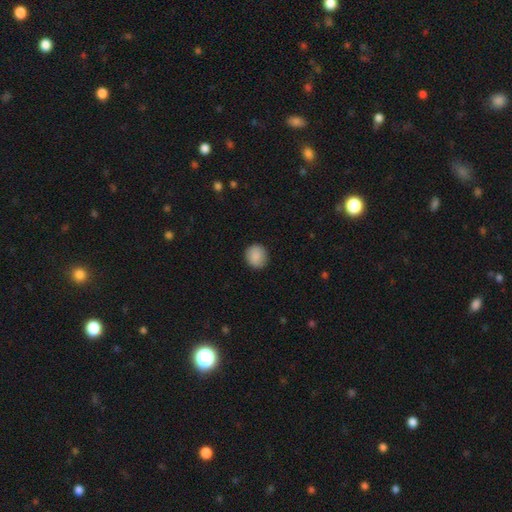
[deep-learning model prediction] Smooth or featured?
  - smooth: 89% *
  - star or artifact: 7%
  - featured or disk: 4%
How rounded?
  - round: 85% *
  - in between: 14%
  - cigar-shaped: 1%
Merging?
  - none: 89% *
  - minor disturbance: 8%
  - major disturbance: 2%
  - merger: 1%